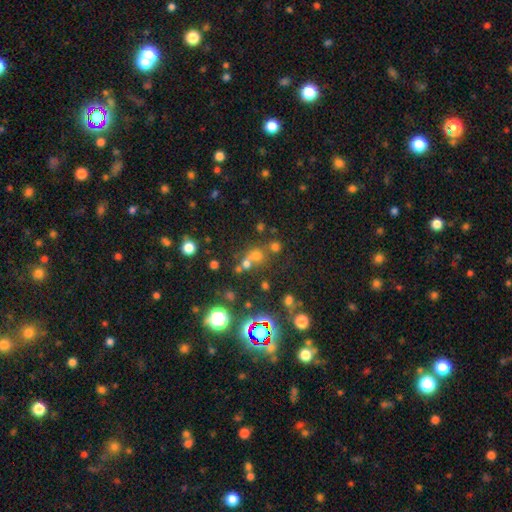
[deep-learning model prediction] Q: Smooth or featured?
A: smooth (50%); runner-up: star or artifact (37%)
Q: Merging?
A: none (48%); runner-up: merger (39%)